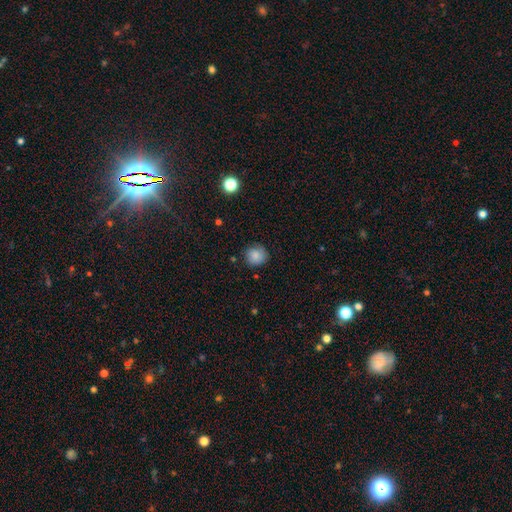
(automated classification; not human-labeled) This is clearly a smooth galaxy (84%). How rounded: clearly round (89%). Merging: clearly none (82%).